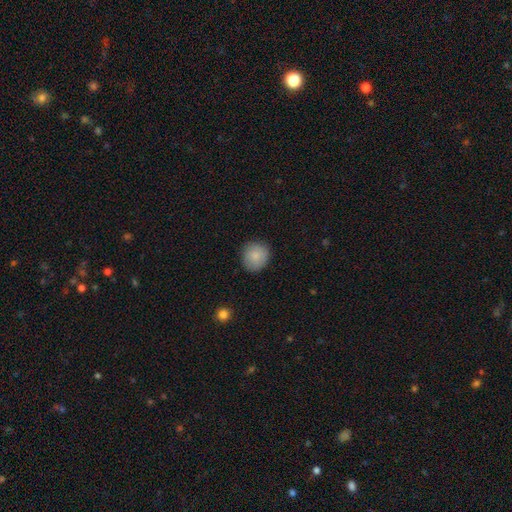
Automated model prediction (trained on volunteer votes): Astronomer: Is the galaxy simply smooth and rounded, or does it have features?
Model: smooth — 86%.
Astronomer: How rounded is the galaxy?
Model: round — 89%.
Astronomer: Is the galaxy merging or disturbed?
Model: none — 86%.